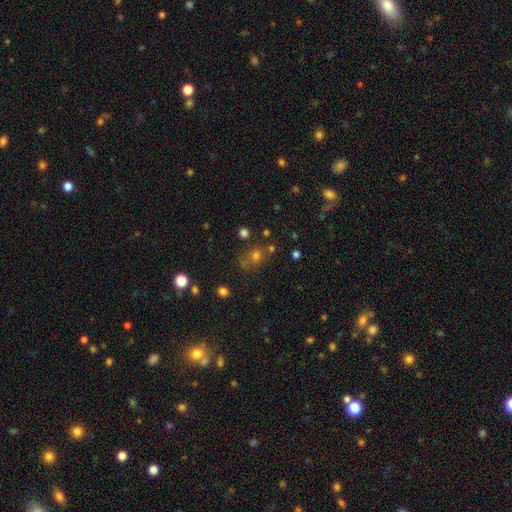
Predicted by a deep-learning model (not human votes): Smooth or featured: smooth — 54% (star or artifact — 33%)
How rounded: round — 69% (in between — 30%)
Merging: none — 59% (minor disturbance — 17%)